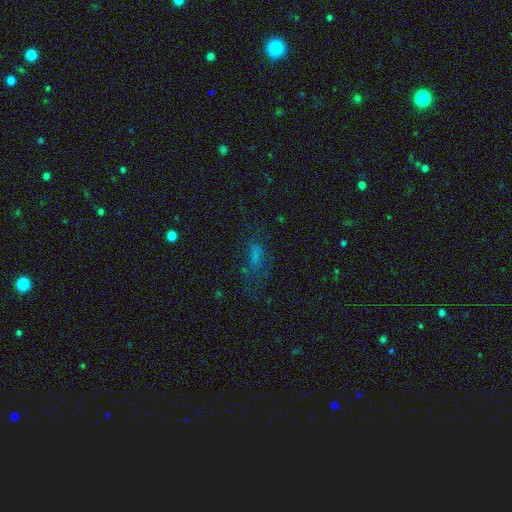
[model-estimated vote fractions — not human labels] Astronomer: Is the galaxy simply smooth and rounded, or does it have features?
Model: smooth — 56%.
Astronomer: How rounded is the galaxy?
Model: in between — 63%.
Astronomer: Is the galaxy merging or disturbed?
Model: none — 50%.